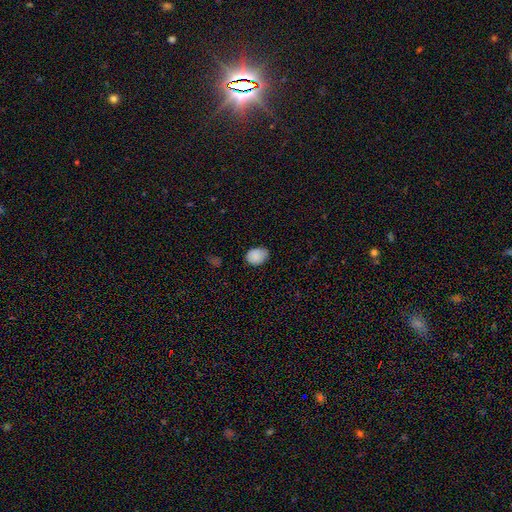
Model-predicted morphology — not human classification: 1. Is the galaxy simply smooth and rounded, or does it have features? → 87% smooth, 8% star or artifact, 5% featured or disk.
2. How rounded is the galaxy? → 70% in between, 29% round, 1% cigar-shaped.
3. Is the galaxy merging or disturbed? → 71% none, 24% minor disturbance, 3% major disturbance, 1% merger.